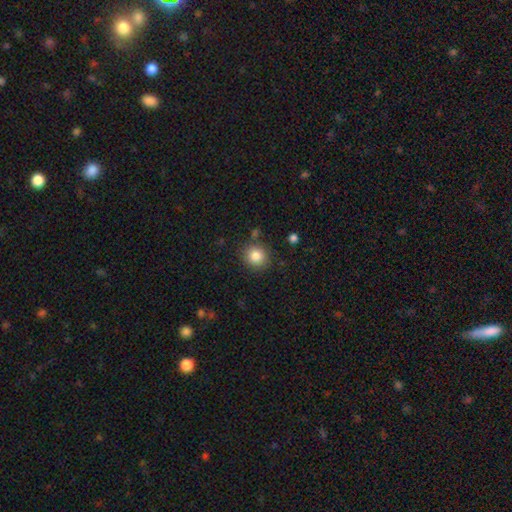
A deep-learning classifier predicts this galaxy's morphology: This appears to be a smooth galaxy with no disk features (85%) that is round (88%). Merging: none (84%).